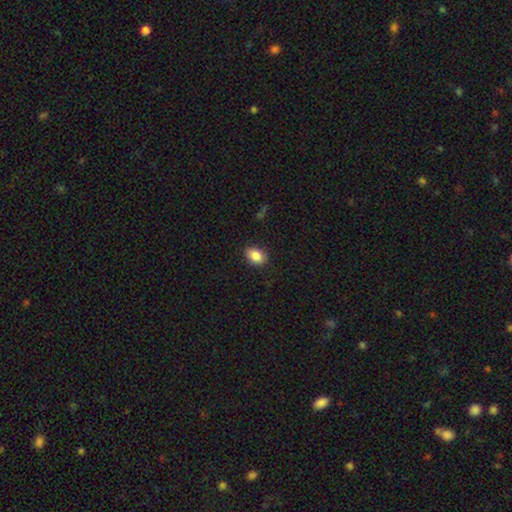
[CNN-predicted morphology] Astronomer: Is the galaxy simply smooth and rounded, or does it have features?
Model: smooth — 87%.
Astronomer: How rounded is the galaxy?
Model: in between — 76%.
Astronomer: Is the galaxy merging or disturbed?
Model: none — 85%.